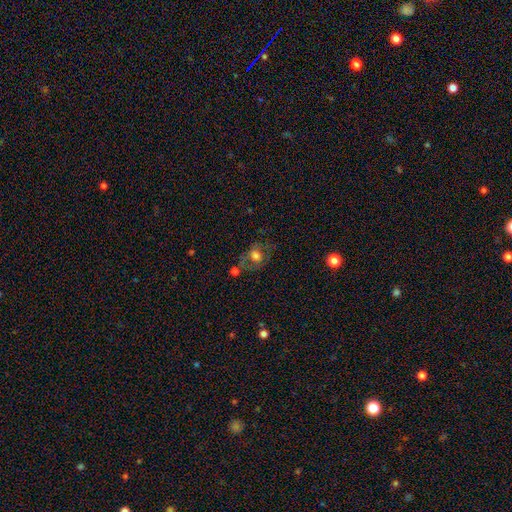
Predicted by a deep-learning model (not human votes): Morphology: type=smooth (53%); roundness=in between (51%); merging=none (48%).